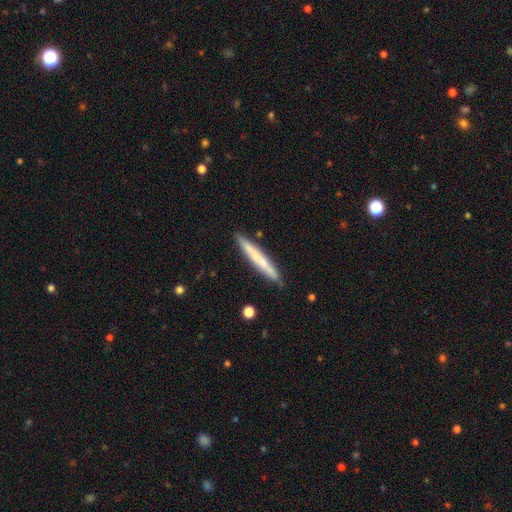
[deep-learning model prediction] A smooth galaxy with no disk features (61%) that is cigar-shaped (96%).

Vote fractions:
- Smooth or featured? smooth: 61% / featured or disk: 33% / star or artifact: 6%
- How rounded? cigar-shaped: 96% / in between: 3% / round: 1%
- Merging? none: 89% / minor disturbance: 8% / merger: 1% / major disturbance: 1%